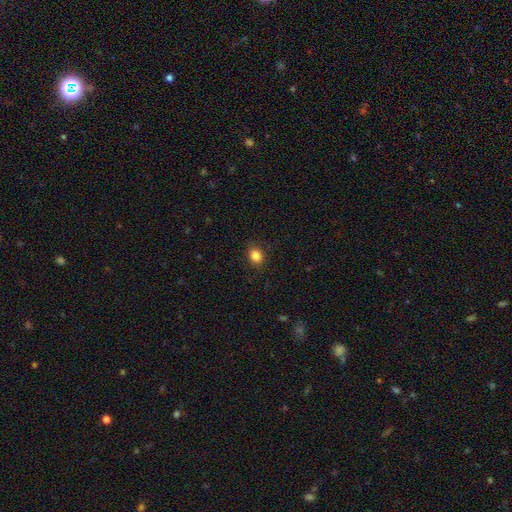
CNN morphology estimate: Smooth or featured?
  - smooth: 85% *
  - star or artifact: 10%
  - featured or disk: 4%
How rounded?
  - round: 54% *
  - in between: 45%
  - cigar-shaped: 1%
Merging?
  - none: 87% *
  - minor disturbance: 9%
  - major disturbance: 3%
  - merger: 1%